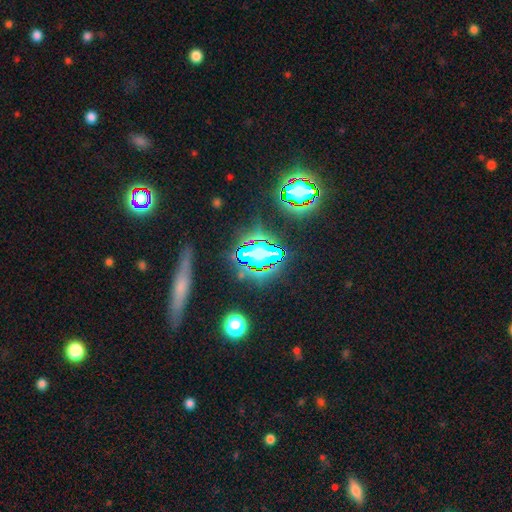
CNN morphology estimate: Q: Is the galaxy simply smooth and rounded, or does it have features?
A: star or artifact — 64%.